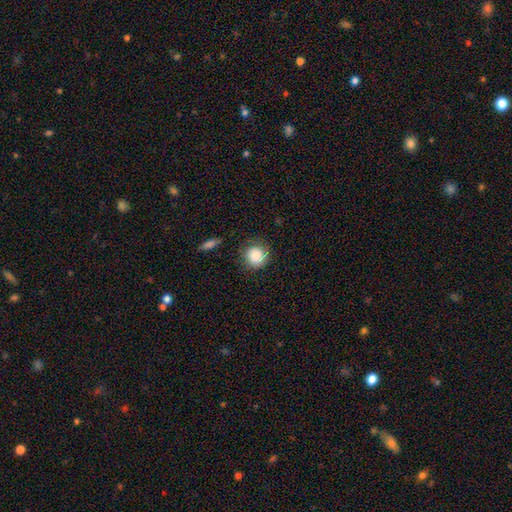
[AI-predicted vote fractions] Overall: smooth (84%). How rounded: round (91%). Merging: none (77%).